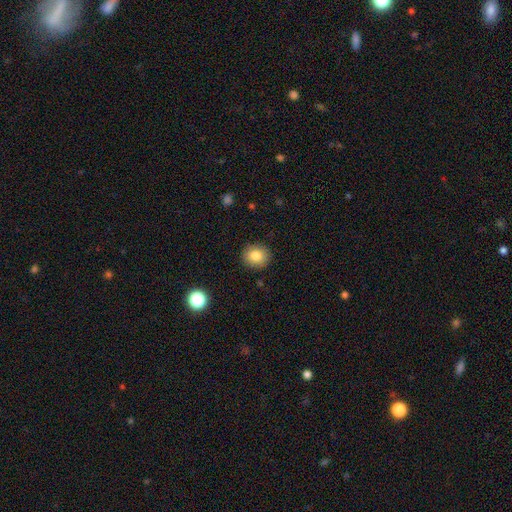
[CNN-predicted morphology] Smooth or featured?
  - smooth: 82% *
  - star or artifact: 10%
  - featured or disk: 8%
How rounded?
  - round: 80% *
  - in between: 19%
  - cigar-shaped: 1%
Merging?
  - none: 90% *
  - minor disturbance: 7%
  - major disturbance: 2%
  - merger: 1%